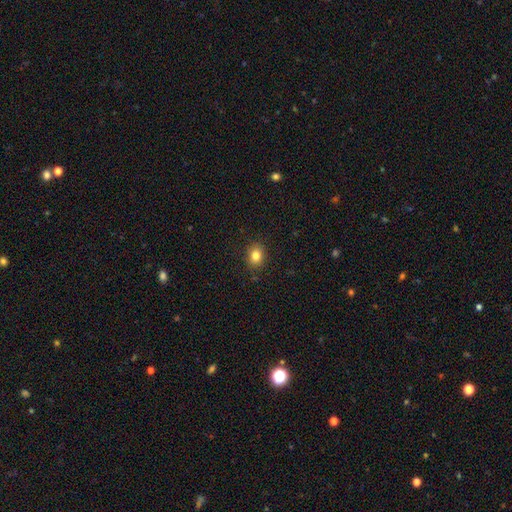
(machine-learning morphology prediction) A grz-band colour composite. It shows a smooth galaxy with no disk features (82%) that is in between round and cigar-shaped (50%). Merging: none (88%).